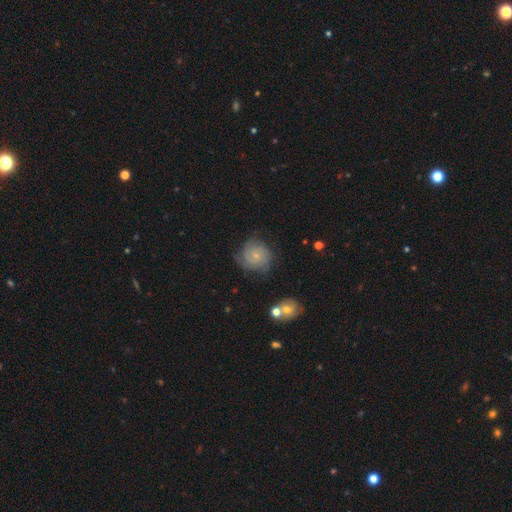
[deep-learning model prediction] This appears to be a featured or disk galaxy (56%) with no bar (79%), spiral arms (86%) and a small central bulge (73%). Merging: none (66%).